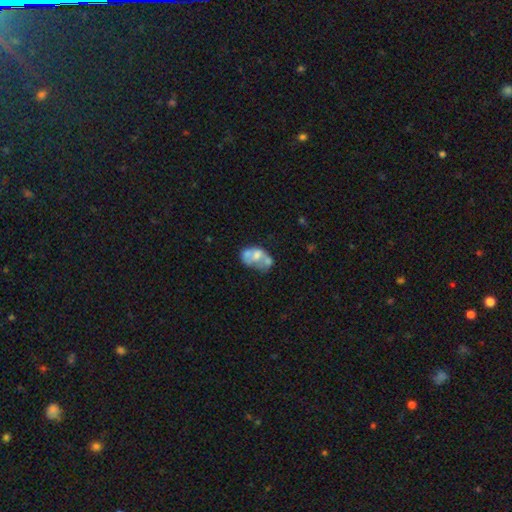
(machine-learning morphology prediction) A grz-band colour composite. It shows a featured or disk galaxy (48%). Merging: merger (45%).